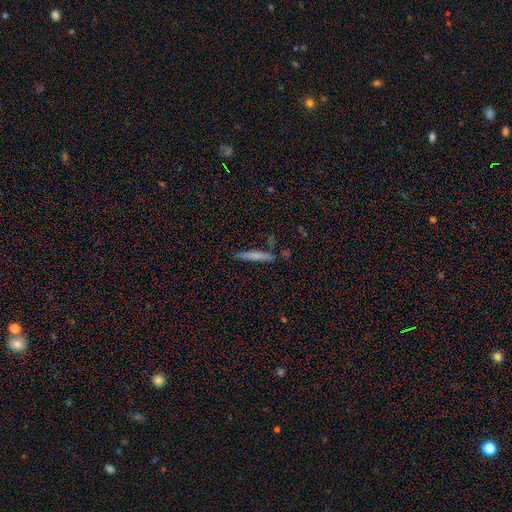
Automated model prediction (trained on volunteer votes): Smooth or featured: smooth — 68% (featured or disk — 26%)
How rounded: cigar-shaped — 95% (in between — 4%)
Merging: none — 84% (minor disturbance — 11%)